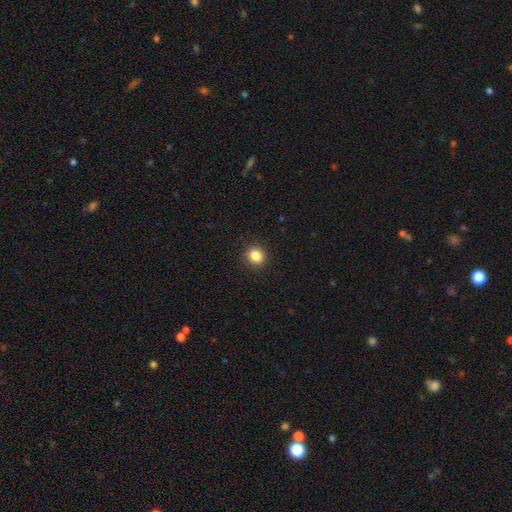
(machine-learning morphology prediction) type=smooth (85%); roundness=round (86%); merging=none (90%).